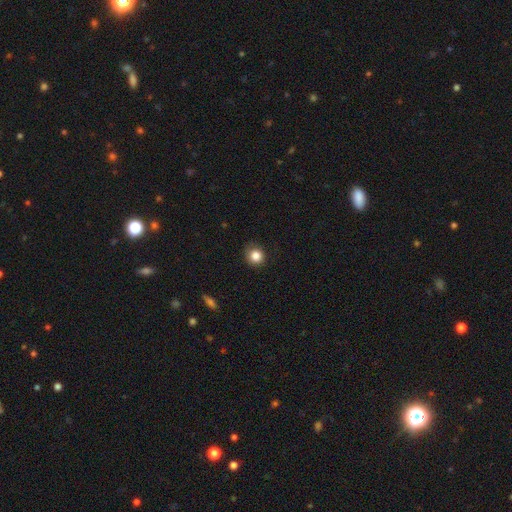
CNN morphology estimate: A smooth galaxy with no disk features (85%) that is round (88%). Merging: none (83%).